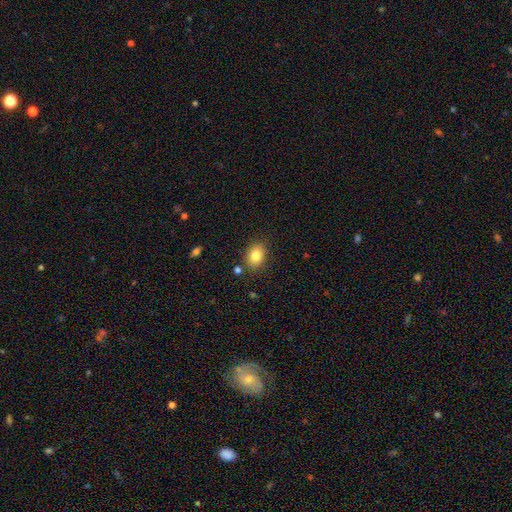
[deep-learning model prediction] Q: Smooth or featured?
A: smooth (82%); runner-up: star or artifact (9%)
Q: How rounded?
A: in between (63%); runner-up: round (36%)
Q: Merging?
A: none (82%); runner-up: minor disturbance (11%)